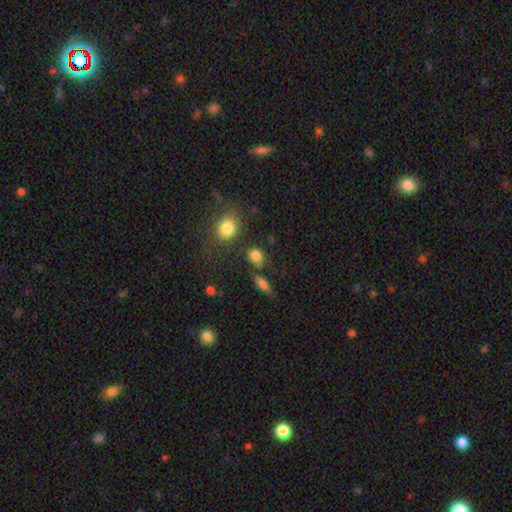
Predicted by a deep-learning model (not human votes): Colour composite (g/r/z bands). It shows a smooth galaxy with no disk features (80%) that is round (67%). Merging: none (67%).